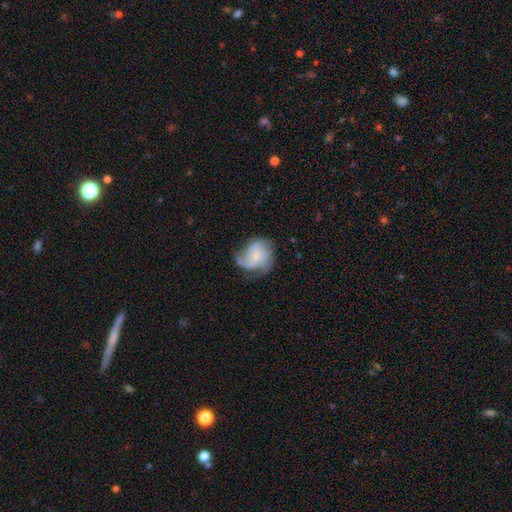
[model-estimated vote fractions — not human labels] smooth_or_featured: featured or disk (p=0.67) [alt: smooth p=0.26]
disk_edge_on: no (p=0.98) [alt: yes p=0.02]
bar: no (p=0.64) [alt: weak p=0.31]
has_spiral_arms: yes (p=0.90) [alt: no p=0.10]
spiral_winding: medium (p=0.45) [alt: loose p=0.29]
spiral_arm_count: 3 (p=0.39) [alt: 2 p=0.20]
bulge_size: small (p=0.50) [alt: none p=0.24]
merging: none (p=0.52) [alt: minor disturbance p=0.26]